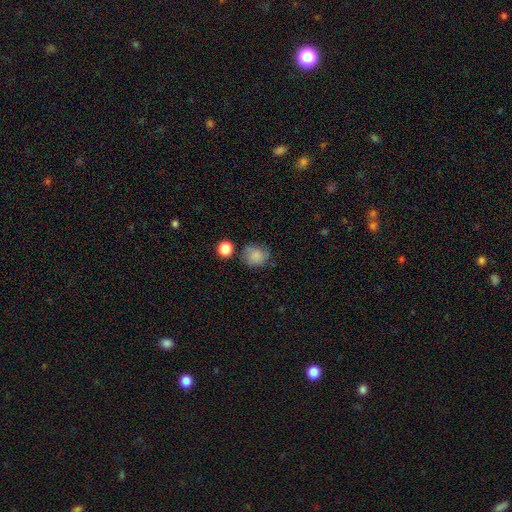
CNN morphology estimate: Smooth or featured?
  - smooth: 80% *
  - featured or disk: 10%
  - star or artifact: 10%
How rounded?
  - round: 79% *
  - in between: 20%
  - cigar-shaped: 1%
Merging?
  - none: 63% *
  - minor disturbance: 23%
  - major disturbance: 8%
  - merger: 6%